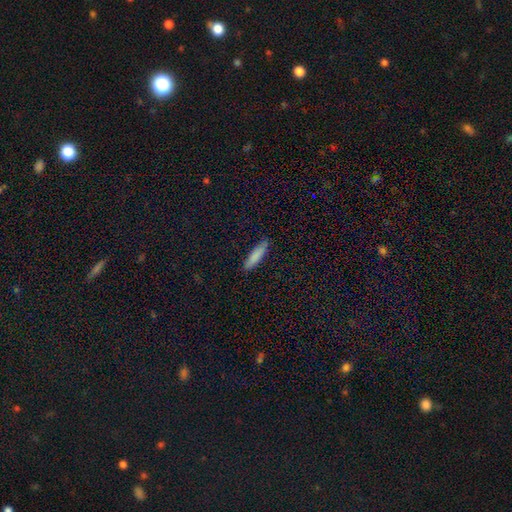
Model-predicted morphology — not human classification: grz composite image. It shows a smooth galaxy with no disk features (84%) that is cigar-shaped (77%). Merging: none (86%).